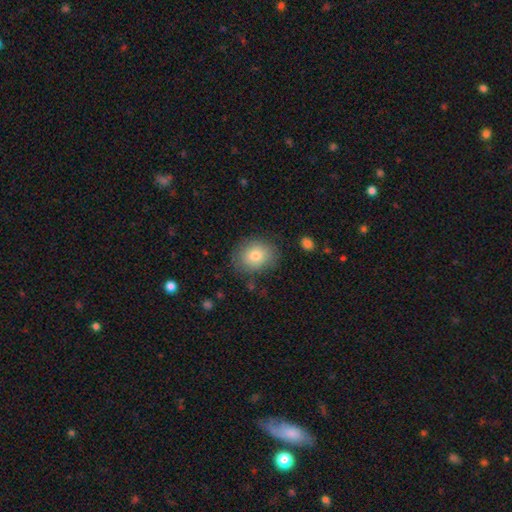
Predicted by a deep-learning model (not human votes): A smooth galaxy with no disk features (80%) that is round (53%). Merging: none (80%).